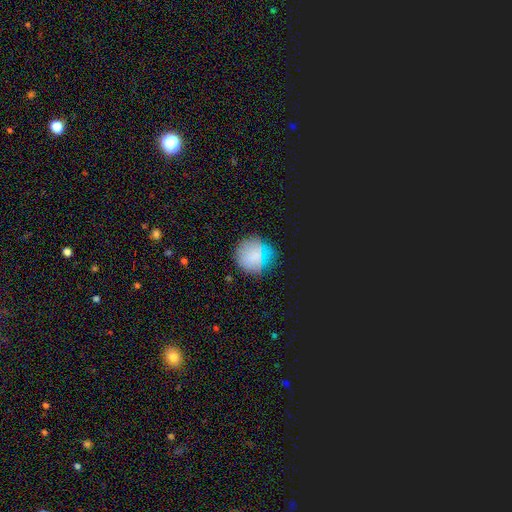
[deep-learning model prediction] Smooth or featured: smooth — 66% (star or artifact — 25%)
How rounded: round — 91% (in between — 8%)
Merging: none — 81% (minor disturbance — 12%)